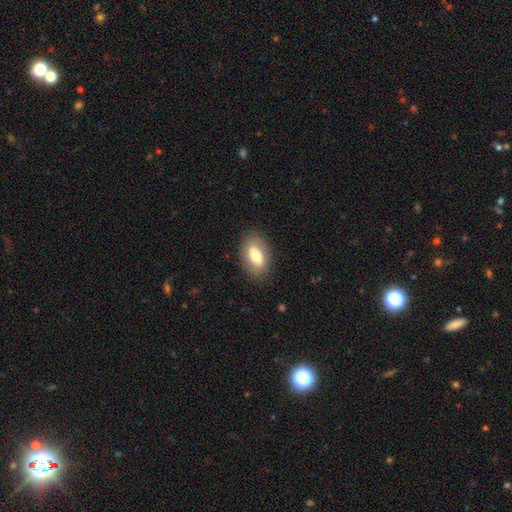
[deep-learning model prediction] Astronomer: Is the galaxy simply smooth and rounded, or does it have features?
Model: smooth — 70%.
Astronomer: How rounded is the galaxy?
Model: in between — 90%.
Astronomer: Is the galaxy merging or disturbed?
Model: none — 84%.